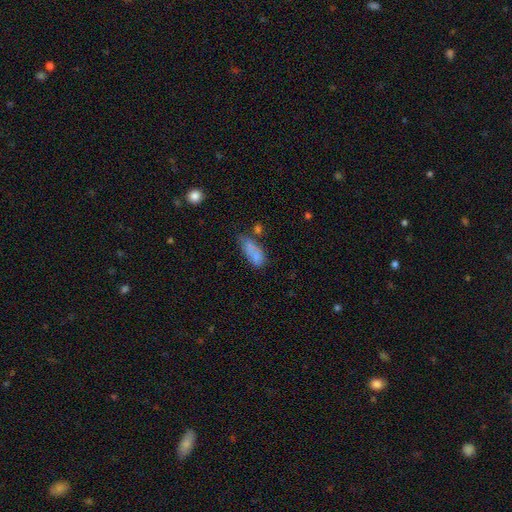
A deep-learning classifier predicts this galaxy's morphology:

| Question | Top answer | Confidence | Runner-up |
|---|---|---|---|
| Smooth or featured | smooth | 69% | featured or disk (19%) |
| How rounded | in between | 79% | cigar-shaped (16%) |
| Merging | none | 34% | minor disturbance (27%) |